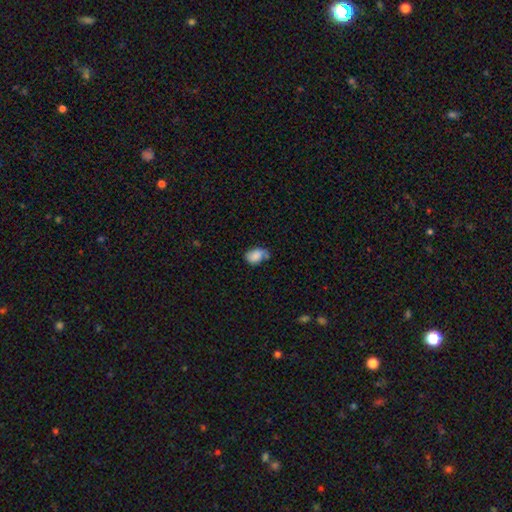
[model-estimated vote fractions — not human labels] Smooth or featured? Predicted: smooth (p=0.72). How rounded? Predicted: in between (p=0.84). Merging? Predicted: none (p=0.44).